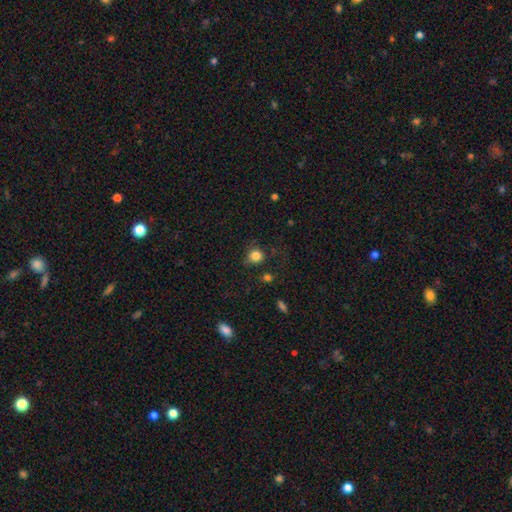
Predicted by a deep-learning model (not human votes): The model was most divided on "merging": none: 74%, minor disturbance: 18%, major disturbance: 6%, merger: 3%. More confident: how rounded — round (87%); smooth or featured — smooth (83%).